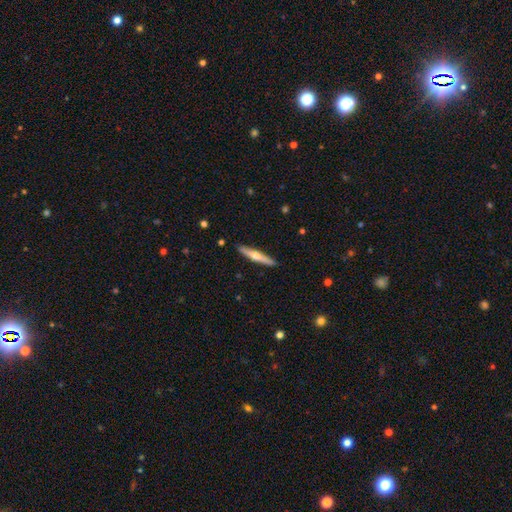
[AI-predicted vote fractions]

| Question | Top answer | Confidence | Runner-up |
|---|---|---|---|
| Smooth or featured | featured or disk | 56% | smooth (38%) |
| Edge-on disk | yes | 96% | no (4%) |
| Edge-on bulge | rounded | 88% | none (9%) |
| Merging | none | 91% | minor disturbance (7%) |